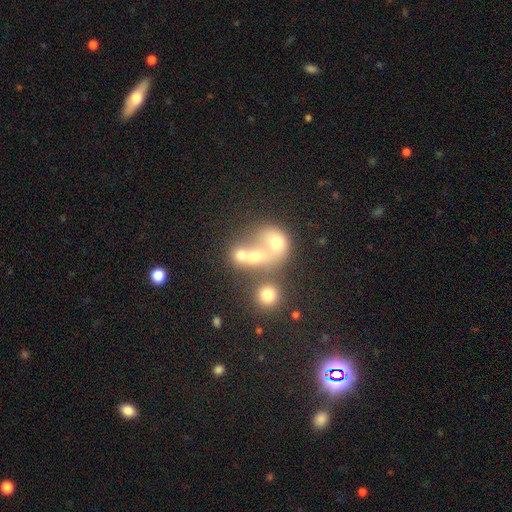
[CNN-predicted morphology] This appears to be a smooth galaxy with no disk features (54%) that is round (64%). Merging: merger (64%).